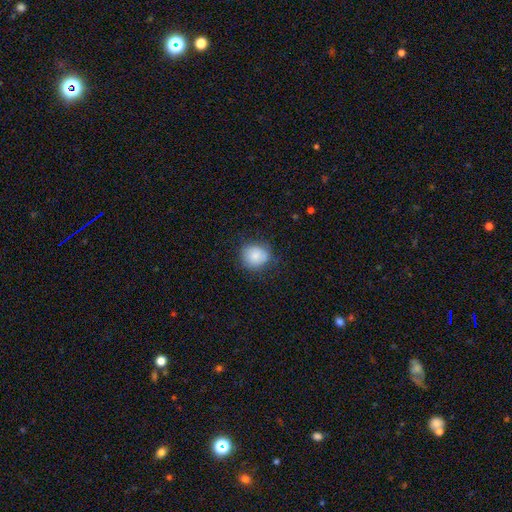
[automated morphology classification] A smooth galaxy with no disk features (85%) that is round (80%). Merging: none (76%).